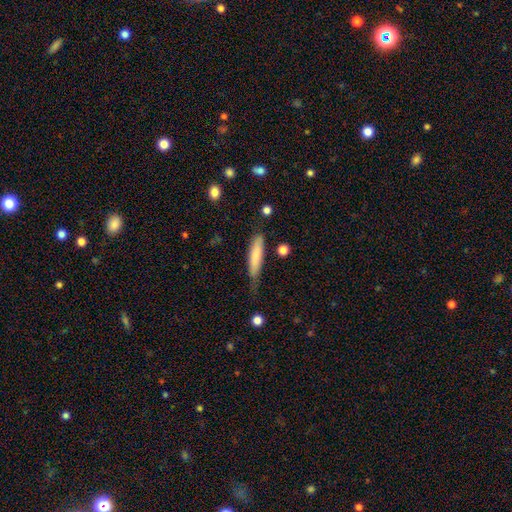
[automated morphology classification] This is likely a smooth galaxy (78%). How rounded: clearly cigar-shaped (81%). Merging: possibly none (59%).